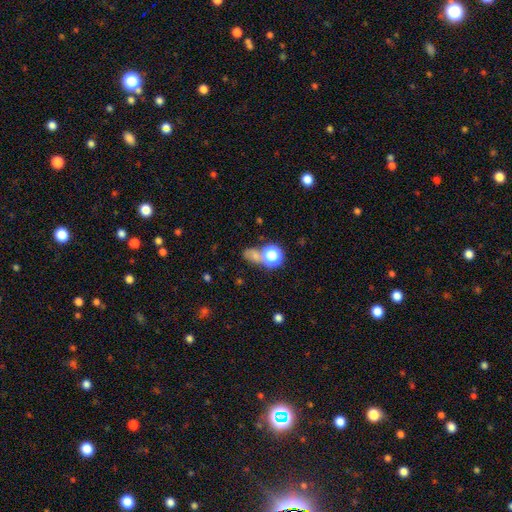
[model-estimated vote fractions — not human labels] This appears to be a smooth galaxy with no disk features (58%) that is round (58%). Merging: none (47%).